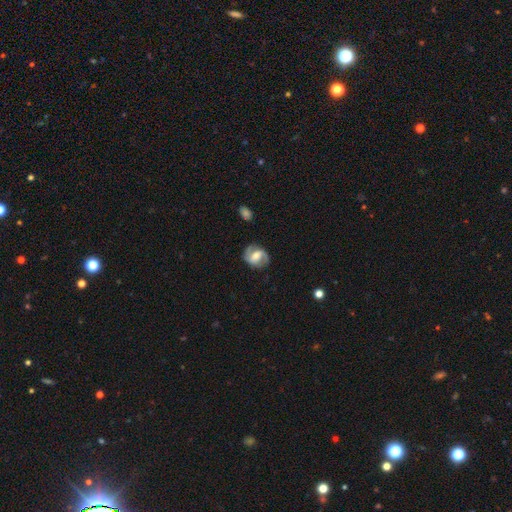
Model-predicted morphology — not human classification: The model was most divided on "bar": weak: 45%, strong: 32%, no: 23%. Remaining: edge-on disk — no (97%); spiral arms — yes (92%); spiral arm count — 2 (89%); merging — none (78%); smooth or featured — featured or disk (76%); bulge size — moderate (61%); spiral winding — medium (47%).